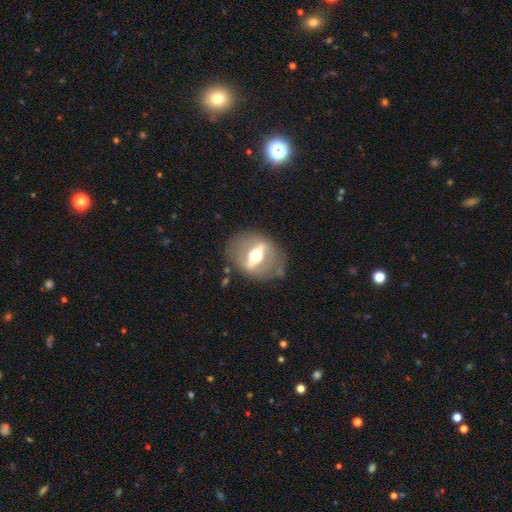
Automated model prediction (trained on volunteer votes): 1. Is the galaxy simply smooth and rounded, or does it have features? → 76% featured or disk, 18% smooth, 6% star or artifact.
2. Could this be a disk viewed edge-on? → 63% no, 37% yes.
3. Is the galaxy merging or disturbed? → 78% none, 12% minor disturbance, 8% major disturbance, 2% merger.